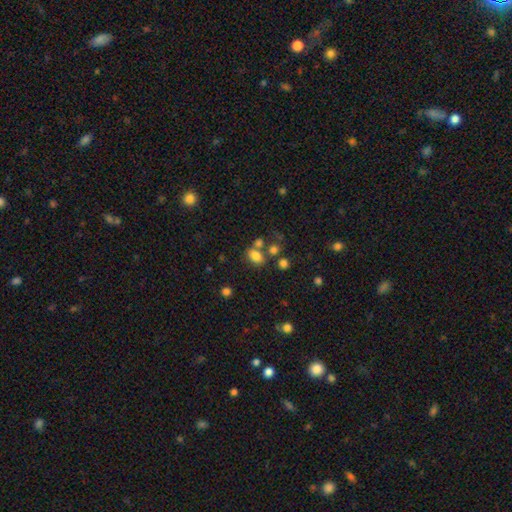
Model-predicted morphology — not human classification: smooth_or_featured: smooth (p=0.78) [alt: star or artifact p=0.13]
how_rounded: in between (p=0.75) [alt: round p=0.23]
merging: none (p=0.59) [alt: merger p=0.22]